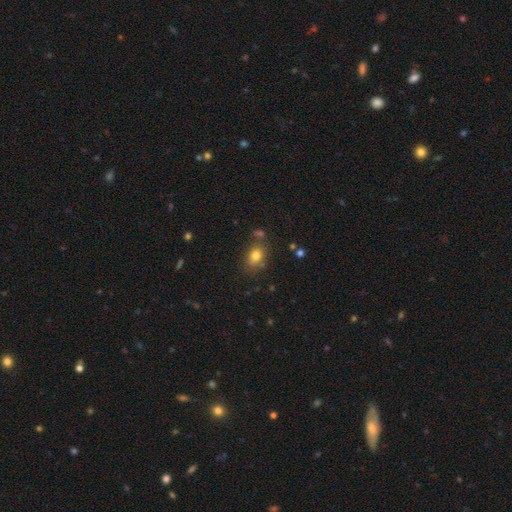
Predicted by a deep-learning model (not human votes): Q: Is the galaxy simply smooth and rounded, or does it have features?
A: smooth — 79%.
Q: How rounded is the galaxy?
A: in between — 63%.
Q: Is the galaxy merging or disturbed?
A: none — 68%.